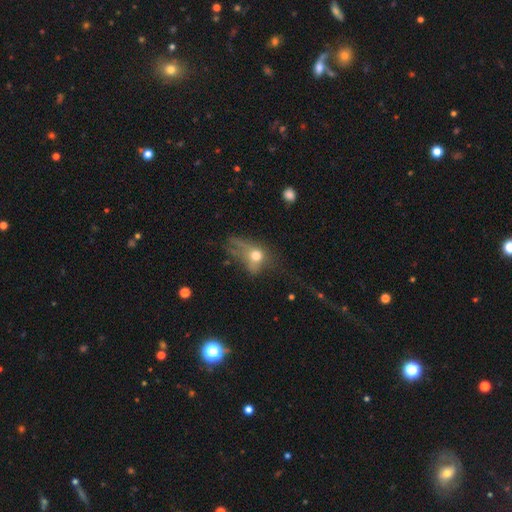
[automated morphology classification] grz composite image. It shows a smooth galaxy with no disk features (58%) that is in between round and cigar-shaped (57%). Merging: major disturbance (55%).